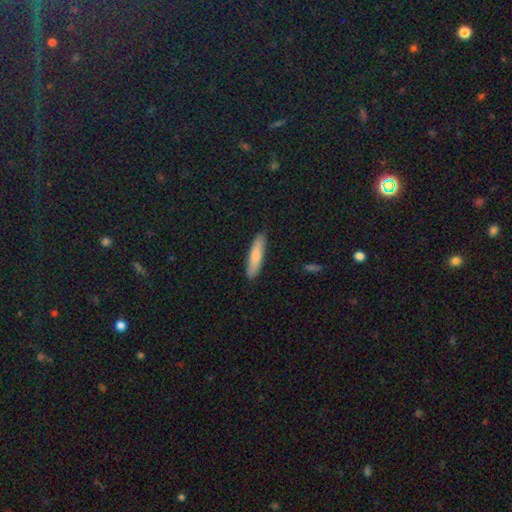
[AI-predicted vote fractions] Smooth or featured? Predicted: smooth (p=0.75). How rounded? Predicted: cigar-shaped (p=0.78). Merging? Predicted: none (p=0.87).